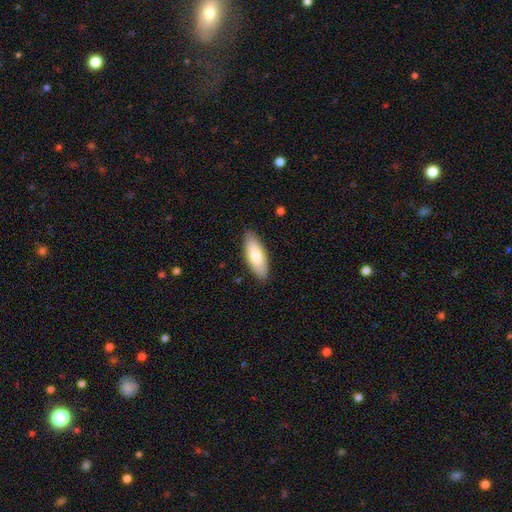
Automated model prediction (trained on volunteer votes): smooth 80%, featured or disk 14%, star or artifact 5%. Down the decision tree: how rounded — in between (72%); merging — none (87%).